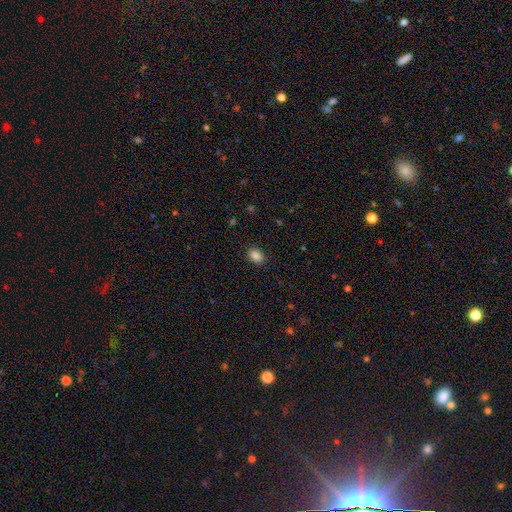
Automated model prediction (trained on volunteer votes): smooth_or_featured: smooth (p=0.86) [alt: star or artifact p=0.10]
how_rounded: in between (p=0.76) [alt: round p=0.22]
merging: none (p=0.88) [alt: minor disturbance p=0.08]